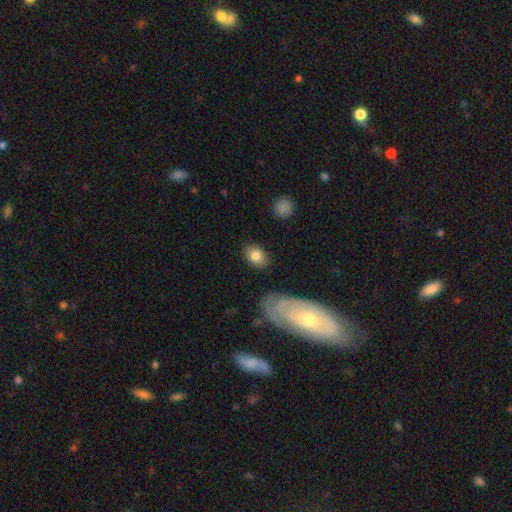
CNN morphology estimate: smooth_or_featured: smooth (p=0.81) [alt: featured or disk p=0.12]
how_rounded: in between (p=0.72) [alt: round p=0.26]
merging: none (p=0.84) [alt: minor disturbance p=0.11]